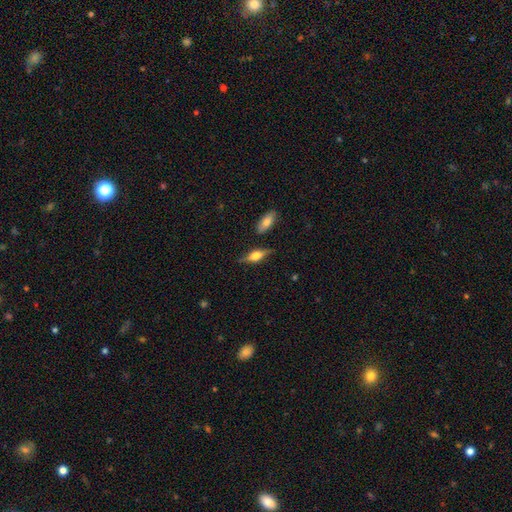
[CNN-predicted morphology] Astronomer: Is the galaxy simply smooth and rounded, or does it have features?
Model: featured or disk — 54% (runner-up: smooth, 38%).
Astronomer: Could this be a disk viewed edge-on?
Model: yes — 93%.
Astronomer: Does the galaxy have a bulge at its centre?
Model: rounded — 87%.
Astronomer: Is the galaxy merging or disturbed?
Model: none — 75%.